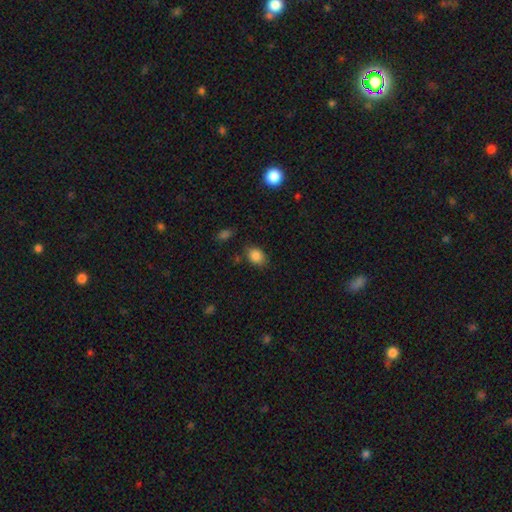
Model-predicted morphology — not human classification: smooth 85%, star or artifact 10%, featured or disk 5%. Down the decision tree: how rounded — in between (69%); merging — none (79%).